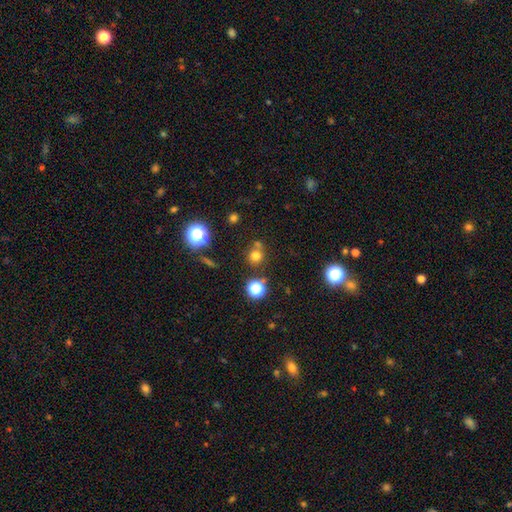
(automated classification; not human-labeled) smooth_or_featured: smooth (p=0.71) [alt: star or artifact p=0.21]
how_rounded: round (p=0.89) [alt: in between p=0.10]
merging: none (p=0.68) [alt: merger p=0.19]